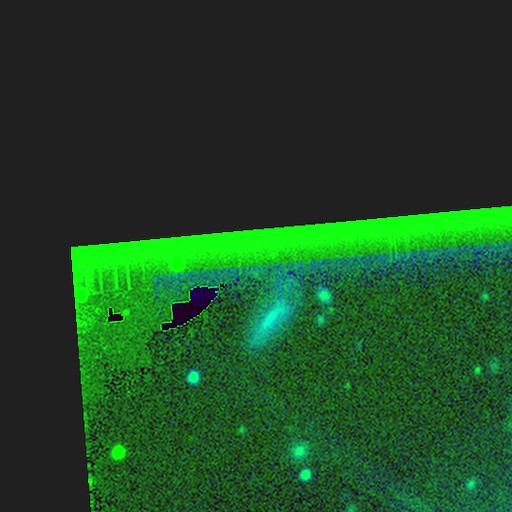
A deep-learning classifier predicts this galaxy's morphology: This appears to be a star or artifact, not a galaxy (84%).